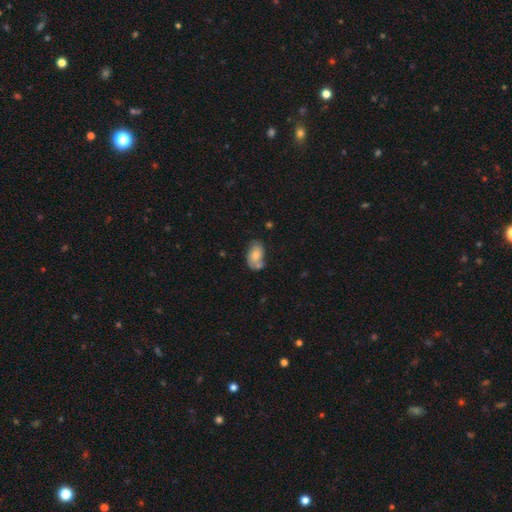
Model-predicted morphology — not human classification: A smooth galaxy with no disk features (66%) that is in between round and cigar-shaped (89%).

Vote fractions:
- Smooth or featured? smooth: 66% / featured or disk: 26% / star or artifact: 8%
- How rounded? in between: 89% / round: 9% / cigar-shaped: 2%
- Merging? none: 46% / minor disturbance: 24% / merger: 22% / major disturbance: 8%